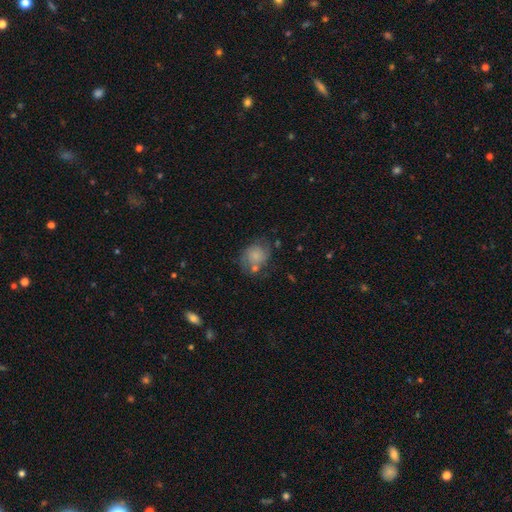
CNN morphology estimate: A smooth galaxy with no disk features (62%) that is round (59%).

Vote fractions:
- Smooth or featured? smooth: 62% / featured or disk: 29% / star or artifact: 9%
- How rounded? round: 59% / in between: 40% / cigar-shaped: 1%
- Merging? none: 49% / minor disturbance: 25% / major disturbance: 14% / merger: 13%